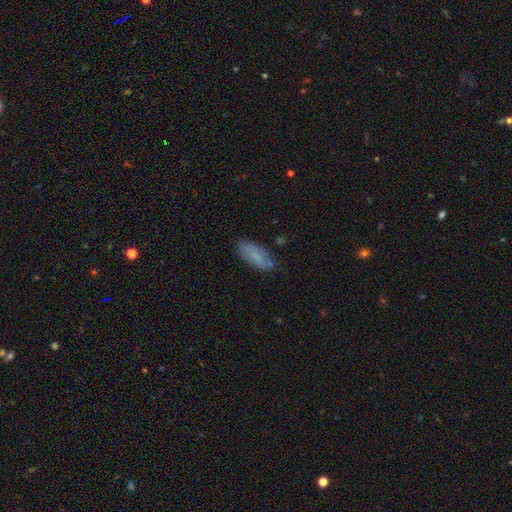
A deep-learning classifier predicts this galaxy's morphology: type=smooth (71%); roundness=in between (77%); merging=none (73%).